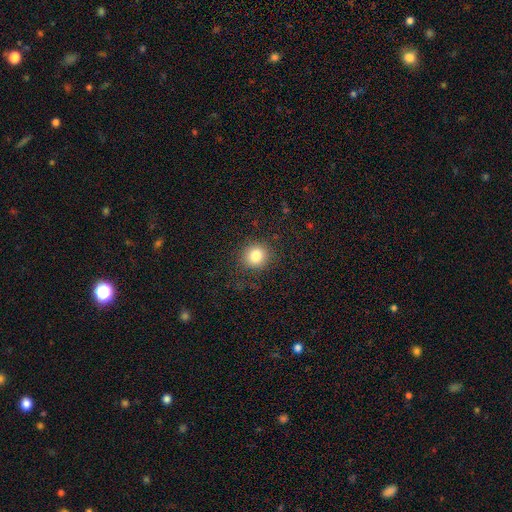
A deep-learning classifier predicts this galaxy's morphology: smooth_or_featured: smooth (p=0.82) [alt: star or artifact p=0.11]
how_rounded: round (p=0.89) [alt: in between p=0.10]
merging: none (p=0.88) [alt: minor disturbance p=0.08]